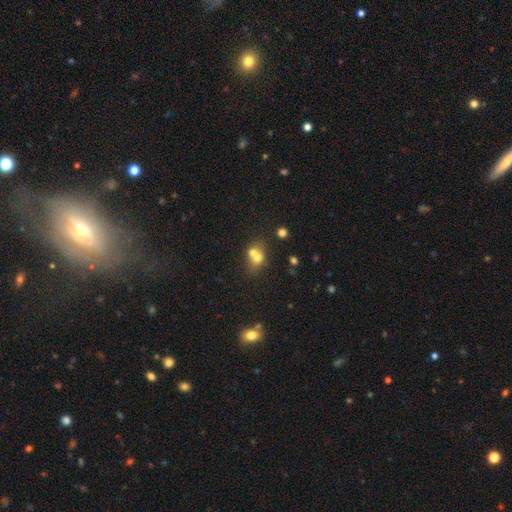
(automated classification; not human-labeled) Overall: smooth (64%). How rounded: round (63%; in between 35%). Merging: merger (61%; none 29%).